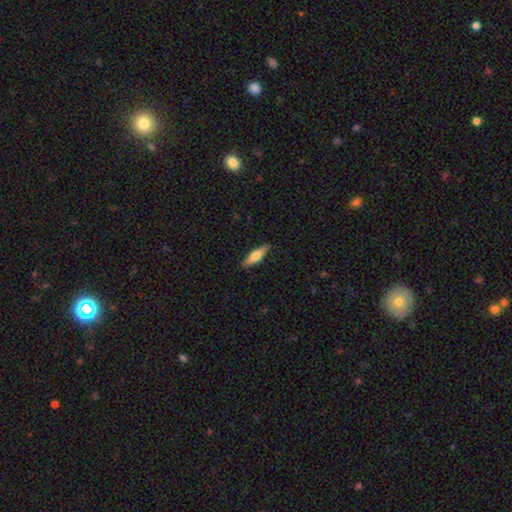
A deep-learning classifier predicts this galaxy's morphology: Smooth or featured: smooth — 56% (featured or disk — 38%)
How rounded: cigar-shaped — 64% (in between — 33%)
Merging: none — 87% (minor disturbance — 10%)